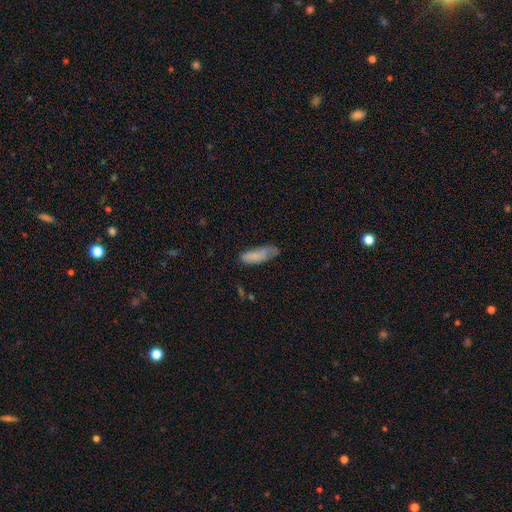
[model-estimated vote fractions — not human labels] Morphology: type=smooth (78%); roundness=in between (52%); merging=none (49%).